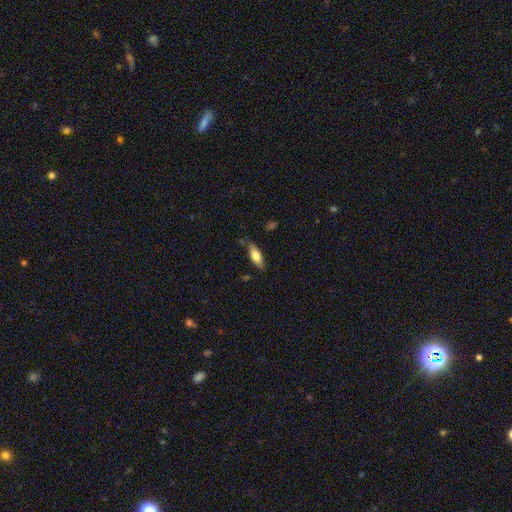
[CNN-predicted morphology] Smooth or featured: smooth — 69% (featured or disk — 24%)
How rounded: in between — 67% (cigar-shaped — 31%)
Merging: none — 75% (minor disturbance — 18%)